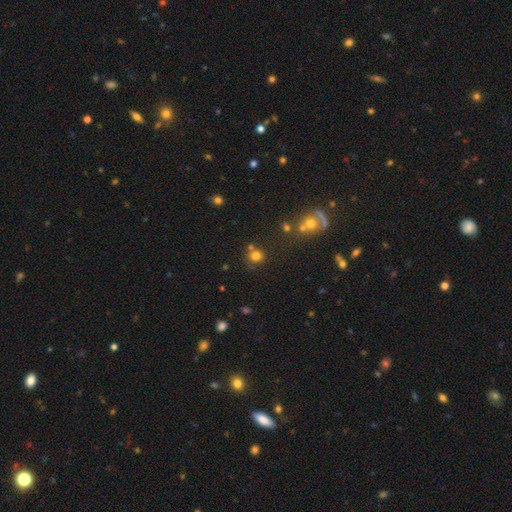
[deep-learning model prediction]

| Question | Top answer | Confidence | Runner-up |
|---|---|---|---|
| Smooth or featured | smooth | 74% | star or artifact (17%) |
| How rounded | round | 89% | in between (10%) |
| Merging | none | 68% | merger (17%) |